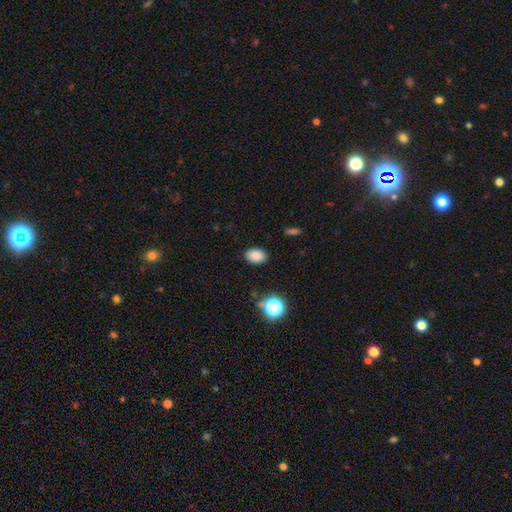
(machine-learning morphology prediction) smooth-or-featured: smooth: 85% | star or artifact: 11% | featured or disk: 4%
  how-rounded: in between: 83% | round: 16% | cigar-shaped: 1%
  merging: none: 86% | minor disturbance: 10% | major disturbance: 3% | merger: 1%